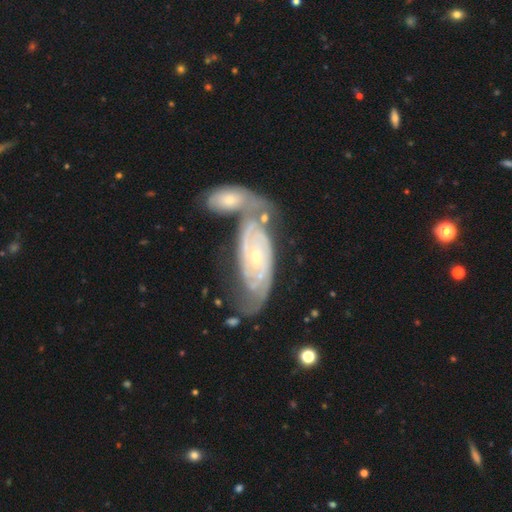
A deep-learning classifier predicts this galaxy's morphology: Smooth or featured: featured or disk — 85% (smooth — 10%)
Edge-on disk: no — 93% (yes — 7%)
Bar: no — 75% (weak — 20%)
Spiral arms: yes — 92% (no — 8%)
Spiral winding: tight — 70% (medium — 23%)
Spiral arm count: 2 — 42% (can't tell — 39%)
Bulge size: small — 64% (moderate — 32%)
Merging: merger — 39% (none — 37%)